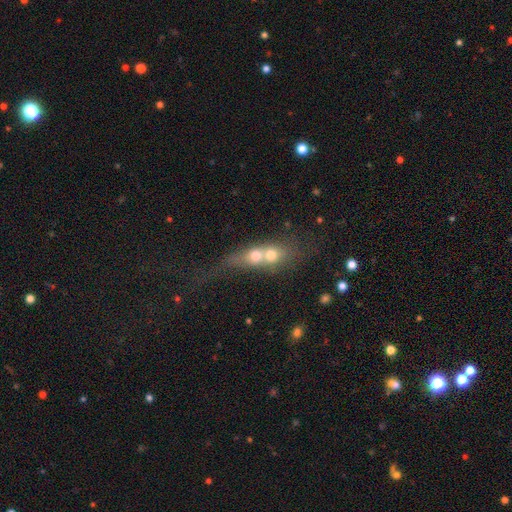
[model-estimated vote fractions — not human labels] A smooth galaxy with no disk features (54%) that is in between round and cigar-shaped (39%, tied with round). Merging: merger (76%).